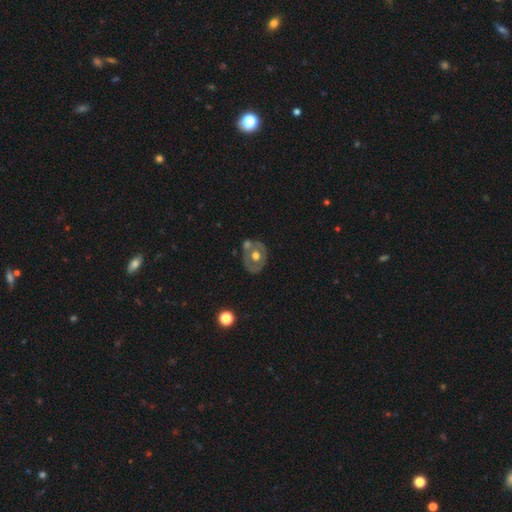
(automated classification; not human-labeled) Smooth or featured? Predicted: featured or disk (p=0.54). Edge-on disk? Predicted: no (p=0.94). Bar? Predicted: no (p=0.90). Spiral arms? Predicted: no (p=0.87). Bulge size? Predicted: moderate (p=0.73). Merging? Predicted: none (p=0.57).